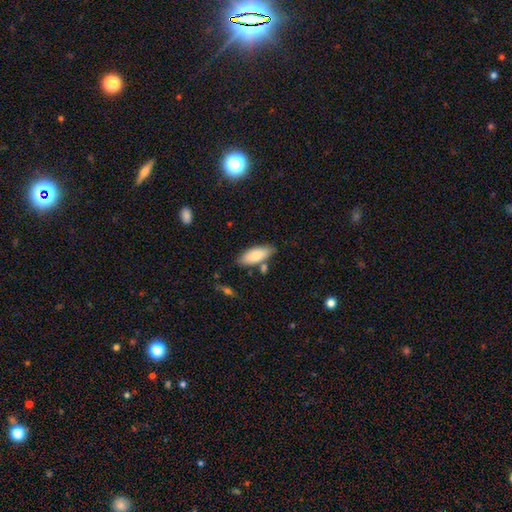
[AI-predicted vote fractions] smooth-or-featured: smooth: 80% | featured or disk: 14% | star or artifact: 6%
  how-rounded: in between: 83% | cigar-shaped: 15% | round: 2%
  merging: none: 75% | minor disturbance: 14% | merger: 8% | major disturbance: 3%